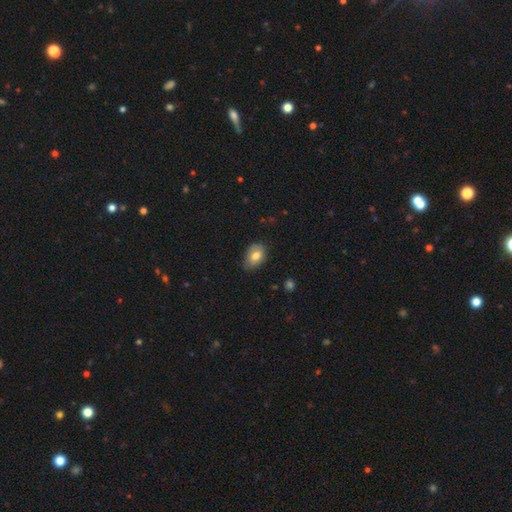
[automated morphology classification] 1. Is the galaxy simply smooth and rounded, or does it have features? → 78% smooth, 14% featured or disk, 8% star or artifact.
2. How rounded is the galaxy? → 80% in between, 19% round, 1% cigar-shaped.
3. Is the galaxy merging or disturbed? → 72% none, 23% minor disturbance, 4% major disturbance, 1% merger.